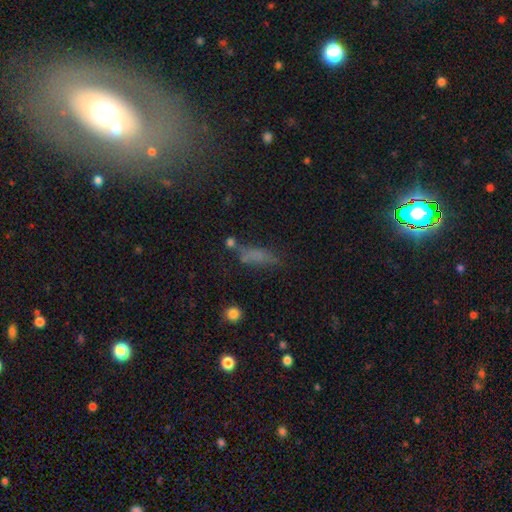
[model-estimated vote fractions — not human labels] A smooth galaxy with no disk features (62%) that is cigar-shaped (49%).

Vote fractions:
- Smooth or featured? smooth: 62% / featured or disk: 19% / star or artifact: 19%
- How rounded? cigar-shaped: 49% / in between: 46% / round: 5%
- Merging? none: 51% / minor disturbance: 23% / major disturbance: 15% / merger: 11%